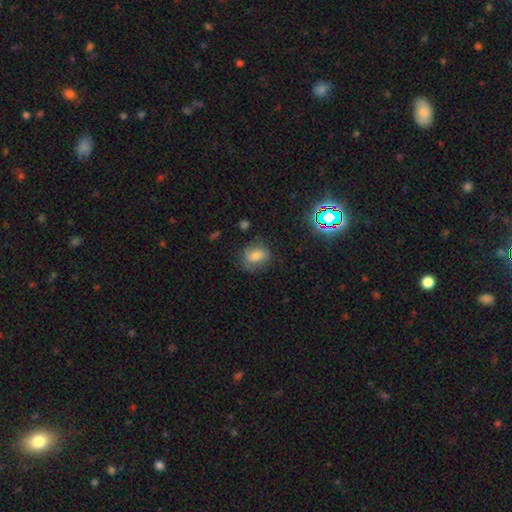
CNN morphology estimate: This appears to be a smooth galaxy with no disk features (67%) that is in between round and cigar-shaped (53%). Merging: none (71%).